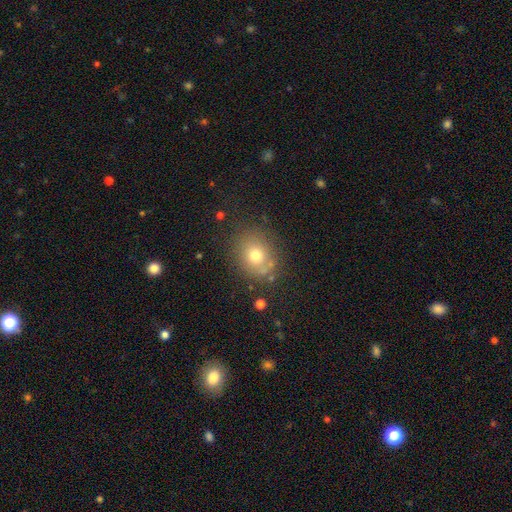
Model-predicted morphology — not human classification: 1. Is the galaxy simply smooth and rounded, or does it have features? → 71% smooth, 15% featured or disk, 14% star or artifact.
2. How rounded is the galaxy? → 64% round, 35% in between, 1% cigar-shaped.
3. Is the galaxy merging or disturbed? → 74% none, 15% minor disturbance, 6% major disturbance, 5% merger.